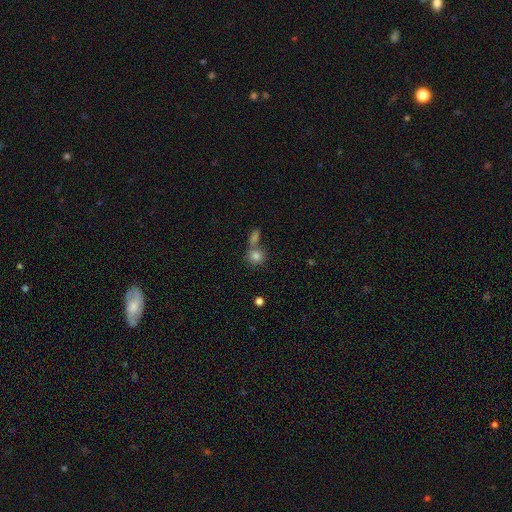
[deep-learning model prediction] Q: Smooth or featured?
A: smooth (81%); runner-up: star or artifact (10%)
Q: How rounded?
A: round (78%); runner-up: in between (21%)
Q: Merging?
A: none (51%); runner-up: merger (35%)